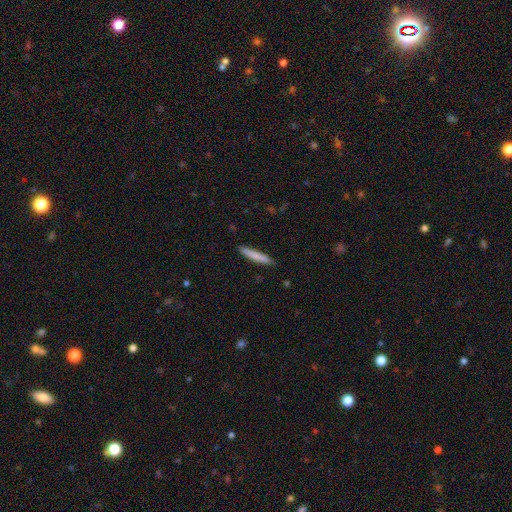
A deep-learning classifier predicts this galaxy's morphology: A smooth galaxy with no disk features (80%) that is cigar-shaped (93%).

Vote fractions:
- Smooth or featured? smooth: 80% / featured or disk: 14% / star or artifact: 6%
- How rounded? cigar-shaped: 93% / in between: 6% / round: 1%
- Merging? none: 88% / minor disturbance: 9% / major disturbance: 2% / merger: 1%